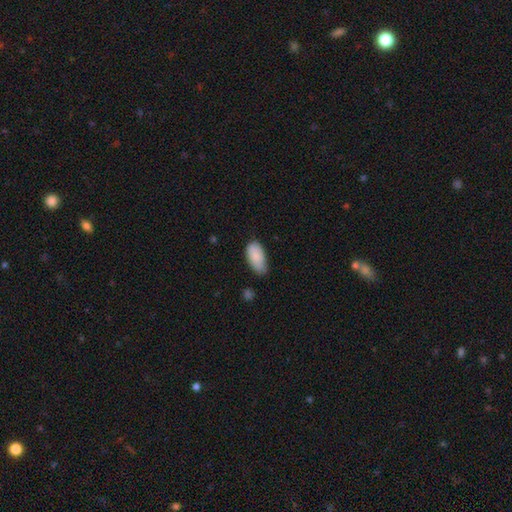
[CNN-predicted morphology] smooth-or-featured: smooth: 85% | featured or disk: 8% | star or artifact: 7%
  how-rounded: in between: 94% | cigar-shaped: 4% | round: 3%
  merging: none: 49% | minor disturbance: 41% | major disturbance: 7% | merger: 2%